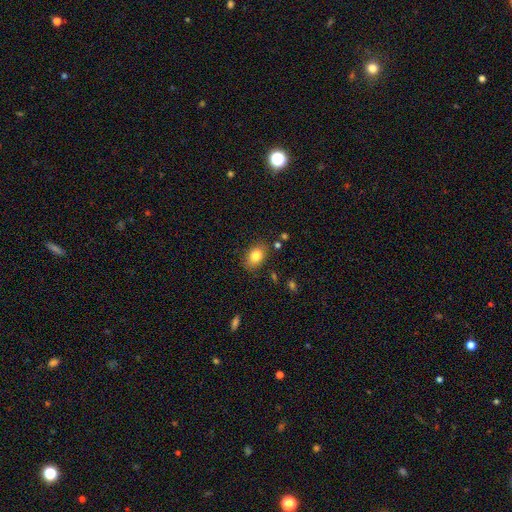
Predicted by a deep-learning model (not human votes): Smooth or featured: smooth — 82% (featured or disk — 9%)
How rounded: in between — 81% (round — 18%)
Merging: none — 82% (minor disturbance — 12%)